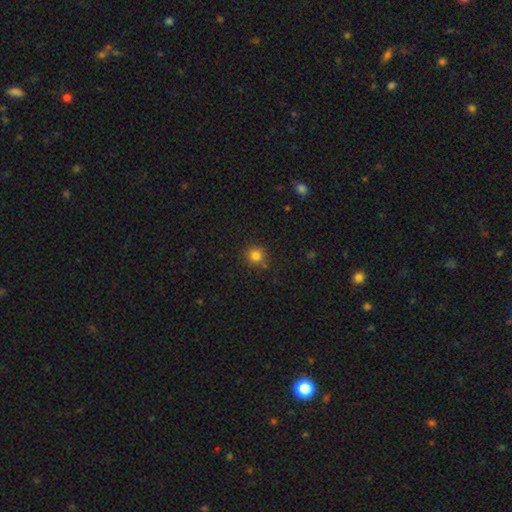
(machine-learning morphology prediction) Smooth or featured? Predicted: smooth (p=0.82). How rounded? Predicted: round (p=0.93). Merging? Predicted: none (p=0.85).